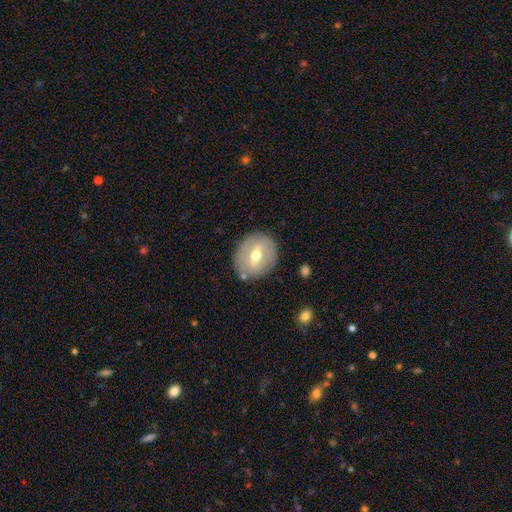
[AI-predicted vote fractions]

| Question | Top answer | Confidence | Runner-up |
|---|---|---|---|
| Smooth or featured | featured or disk | 51% | smooth (42%) |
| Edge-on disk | no | 88% | yes (12%) |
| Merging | none | 83% | minor disturbance (11%) |